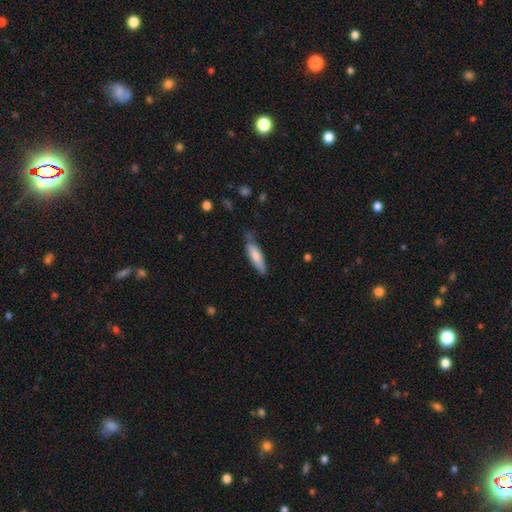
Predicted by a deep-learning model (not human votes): Morphology: type=smooth (76%); roundness=cigar-shaped (69%); merging=none (67%).